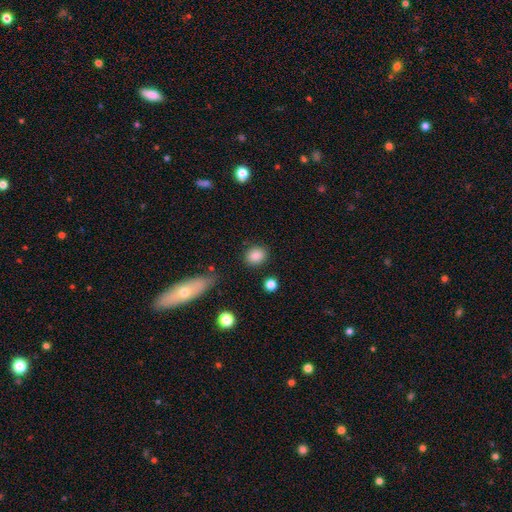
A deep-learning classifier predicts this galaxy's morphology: smooth 86%, star or artifact 9%, featured or disk 4%. Down the decision tree: how rounded — round (60%); merging — none (84%).